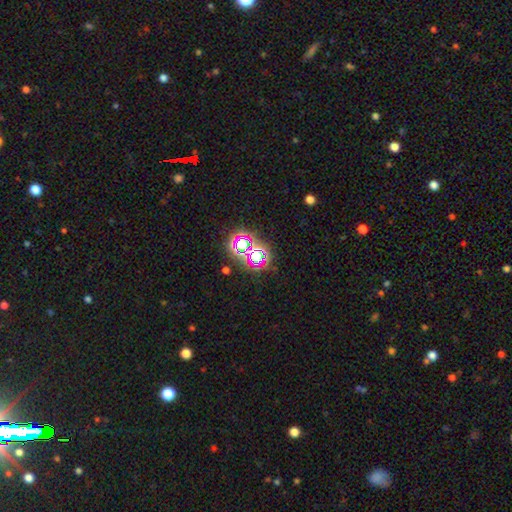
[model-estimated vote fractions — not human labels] Smooth or featured: star or artifact — 67% (smooth — 20%)